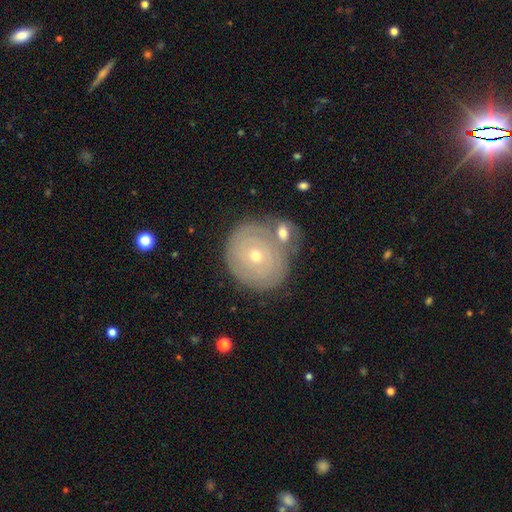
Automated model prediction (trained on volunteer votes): A featured or disk galaxy (70%) with no bar (84%), tight (86%) spiral arms (82%) and a small central bulge (62%). Merging: none (67%).